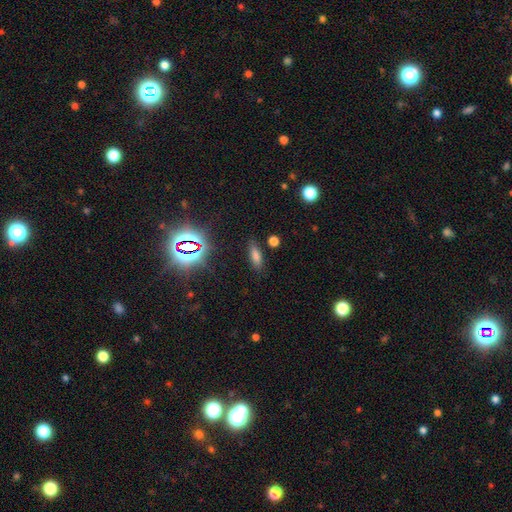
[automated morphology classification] Q: Smooth or featured?
A: smooth (67%); runner-up: star or artifact (22%)
Q: How rounded?
A: in between (61%); runner-up: cigar-shaped (34%)
Q: Merging?
A: none (83%); runner-up: minor disturbance (11%)